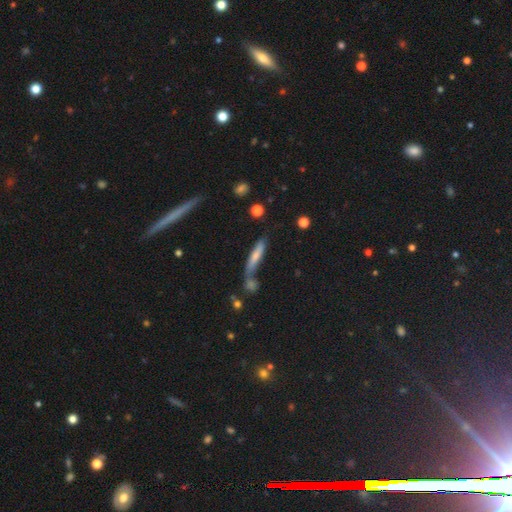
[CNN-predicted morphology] The model was most divided on "merging": none: 46%, merger: 29%, minor disturbance: 17%, major disturbance: 9%. More confident: how rounded — cigar-shaped (83%); smooth or featured — smooth (65%).